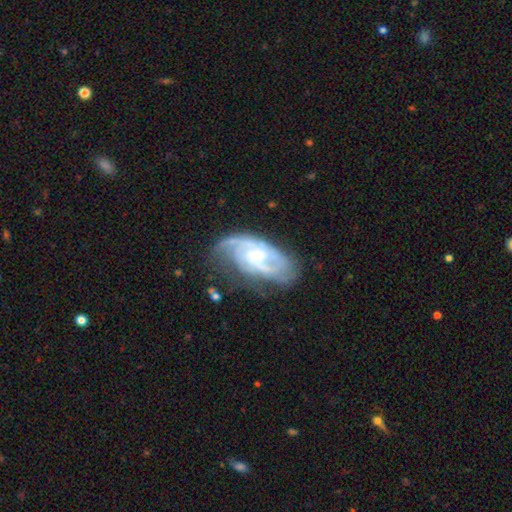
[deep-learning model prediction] This appears to be a featured or disk galaxy (84%) with a weak bar (46%), 2 (40%) tight (45%) spiral arms (95%) and a small central bulge (54%). Merging: none (60%).